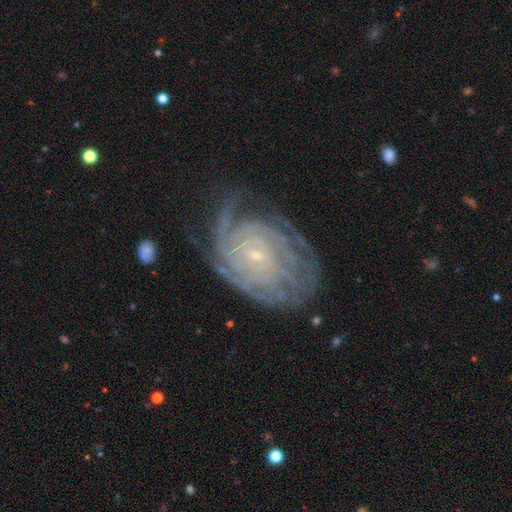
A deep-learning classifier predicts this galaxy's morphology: This appears to be a featured or disk galaxy (88%) with no bar (70%), tight (83%) spiral arms (97%) and a small central bulge (88%). Merging: none (70%).